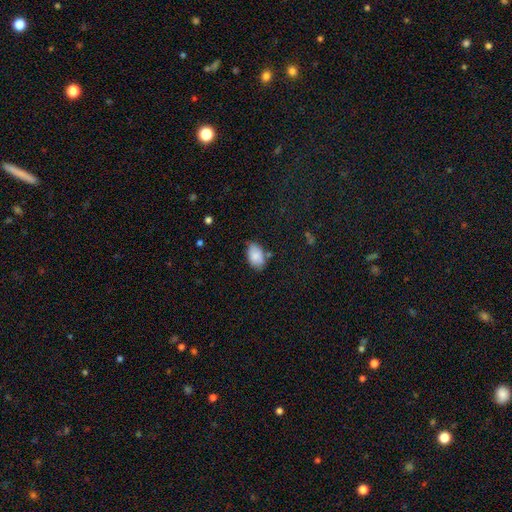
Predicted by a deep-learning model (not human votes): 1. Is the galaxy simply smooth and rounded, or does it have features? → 84% smooth, 9% featured or disk, 7% star or artifact.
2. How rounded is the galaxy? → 92% in between, 7% round, 1% cigar-shaped.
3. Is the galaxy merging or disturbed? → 70% none, 21% minor disturbance, 5% merger, 4% major disturbance.